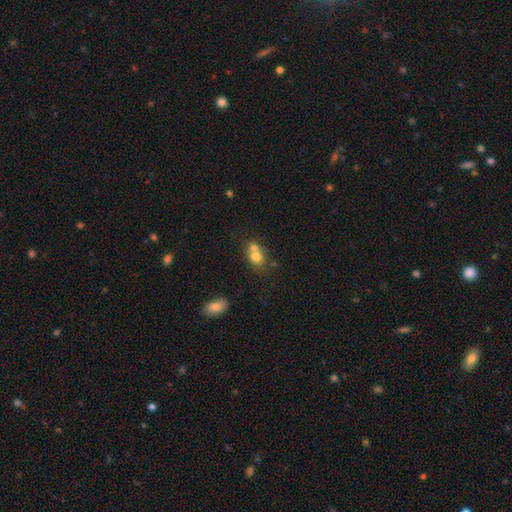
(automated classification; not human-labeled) A smooth galaxy with no disk features (73%) that is round (57%). Merging: merger (54%).